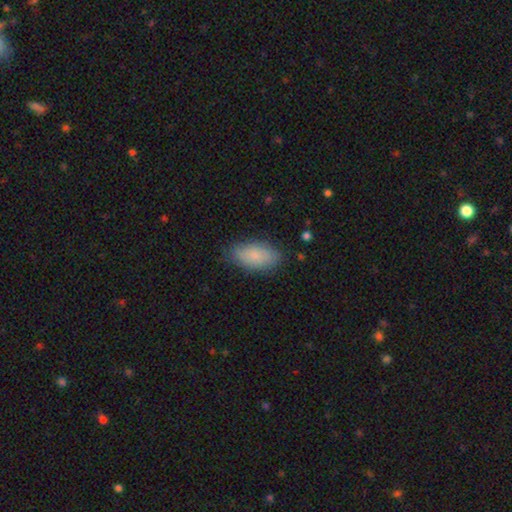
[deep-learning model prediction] A smooth galaxy with no disk features (82%) that is in between round and cigar-shaped (93%).

Vote fractions:
- Smooth or featured? smooth: 82% / featured or disk: 12% / star or artifact: 6%
- How rounded? in between: 93% / cigar-shaped: 4% / round: 3%
- Merging? none: 78% / minor disturbance: 17% / major disturbance: 4% / merger: 1%